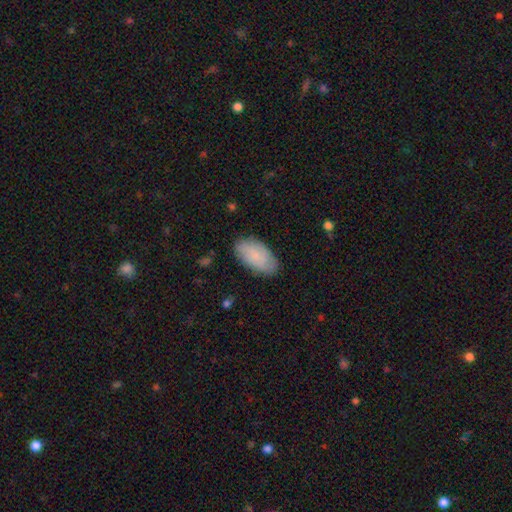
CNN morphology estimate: Q: Smooth or featured?
A: smooth (82%); runner-up: featured or disk (12%)
Q: How rounded?
A: in between (95%); runner-up: cigar-shaped (3%)
Q: Merging?
A: none (83%); runner-up: minor disturbance (14%)